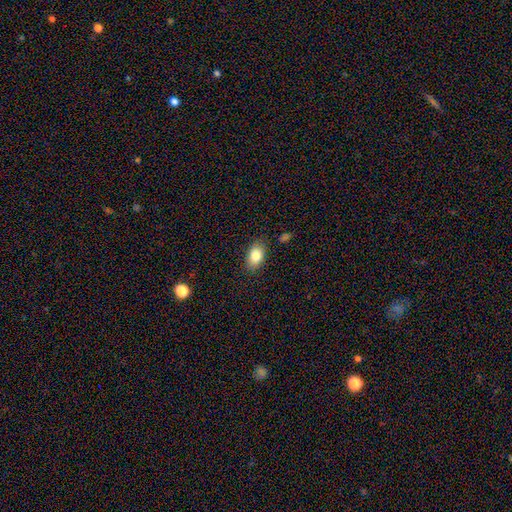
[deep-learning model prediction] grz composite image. It shows a smooth galaxy with no disk features (83%) that is in between round and cigar-shaped (88%). Merging: none (85%).